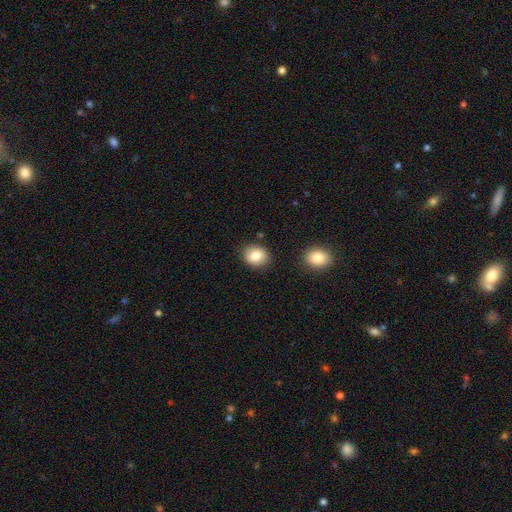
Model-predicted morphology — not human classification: Smooth or featured: smooth — 83% (featured or disk — 9%)
How rounded: round — 63% (in between — 36%)
Merging: none — 86% (minor disturbance — 9%)